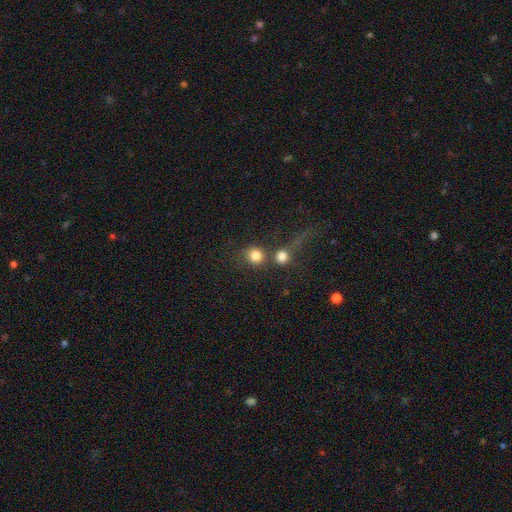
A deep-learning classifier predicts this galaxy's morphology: A smooth galaxy with no disk features (82%) that is round (88%). Merging: none (55%).